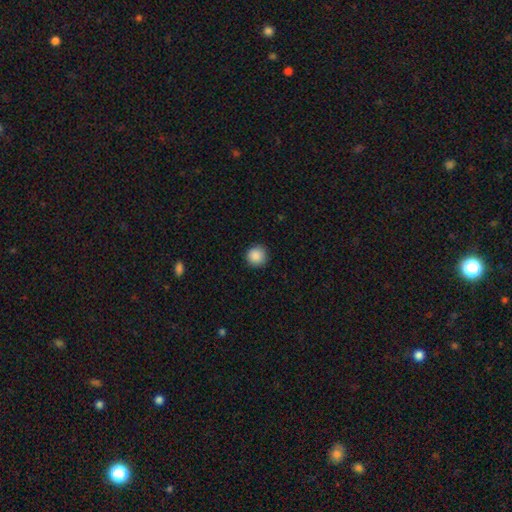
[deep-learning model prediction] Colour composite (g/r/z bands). It shows a smooth galaxy with no disk features (89%) that is round (94%). Merging: none (90%).